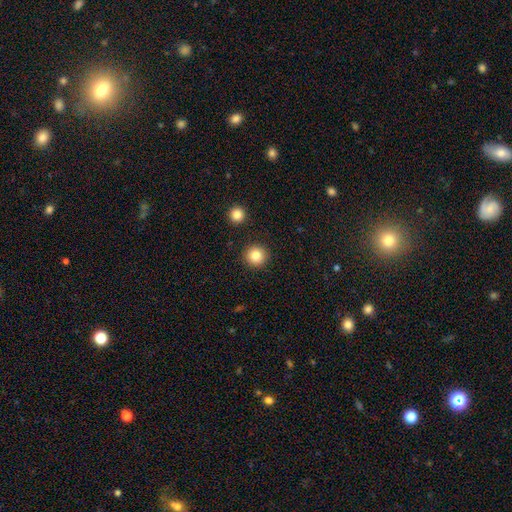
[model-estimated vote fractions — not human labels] Smooth or featured? smooth (83%)
How rounded? round (95%)
Merging? none (91%)